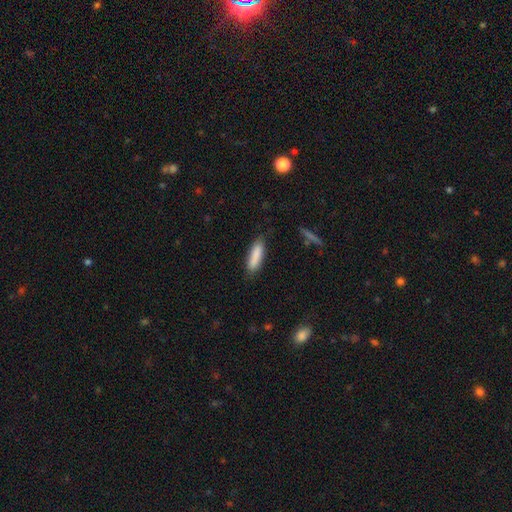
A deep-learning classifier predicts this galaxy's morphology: type=smooth (86%); roundness=cigar-shaped (58%); merging=none (77%).